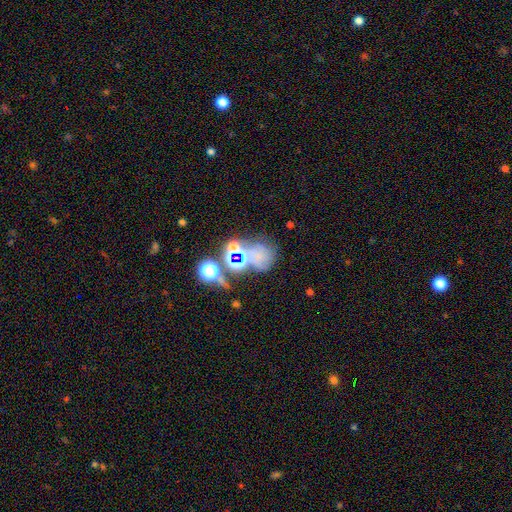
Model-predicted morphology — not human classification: Q: Smooth or featured?
A: smooth (41%); runner-up: star or artifact (36%)
Q: Merging?
A: none (35%); runner-up: merger (29%)